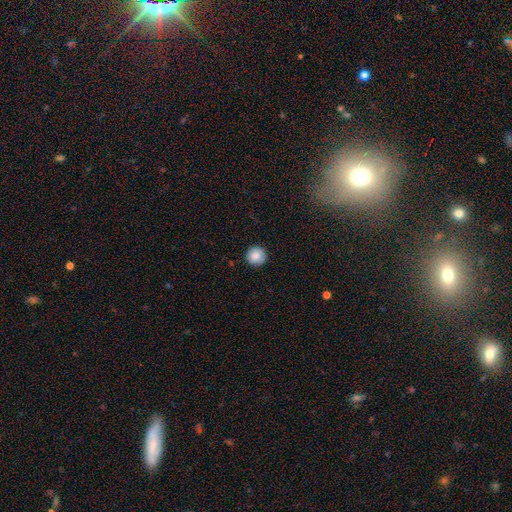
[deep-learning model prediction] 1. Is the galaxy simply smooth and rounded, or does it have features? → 87% smooth, 9% star or artifact, 5% featured or disk.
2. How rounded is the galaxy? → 95% round, 4% in between, 1% cigar-shaped.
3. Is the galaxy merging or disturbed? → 90% none, 7% minor disturbance, 2% major disturbance, 1% merger.